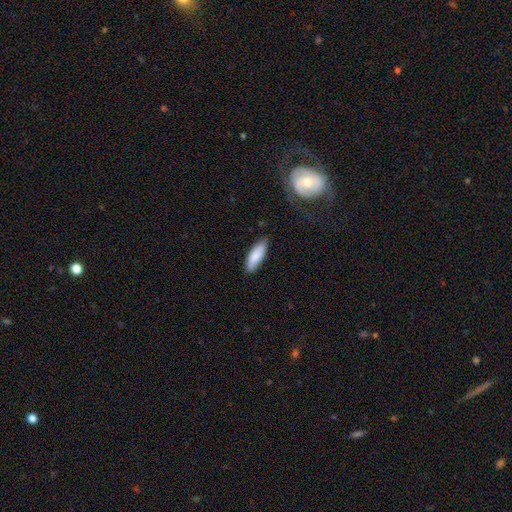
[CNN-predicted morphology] Smooth or featured? smooth (86%)
How rounded? in between (58%)
Merging? none (83%)